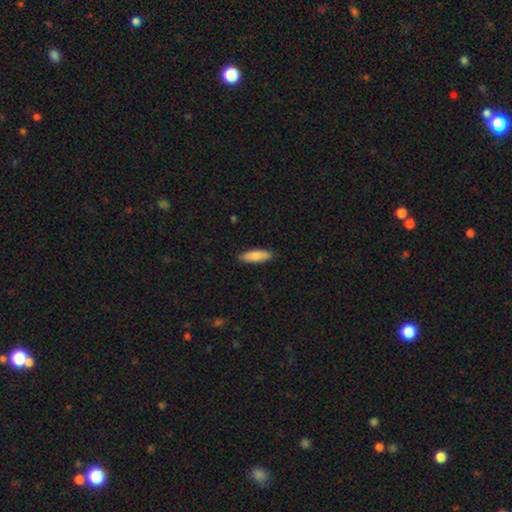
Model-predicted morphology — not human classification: Smooth or featured: smooth — 84% (featured or disk — 10%)
How rounded: in between — 54% (cigar-shaped — 44%)
Merging: none — 88% (minor disturbance — 9%)